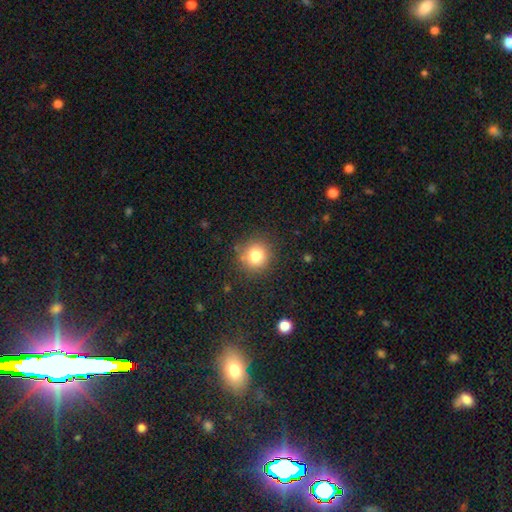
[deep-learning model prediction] smooth-or-featured: smooth: 80% | star or artifact: 12% | featured or disk: 7%
  how-rounded: round: 92% | in between: 7% | cigar-shaped: 1%
  merging: none: 84% | minor disturbance: 10% | major disturbance: 3% | merger: 2%